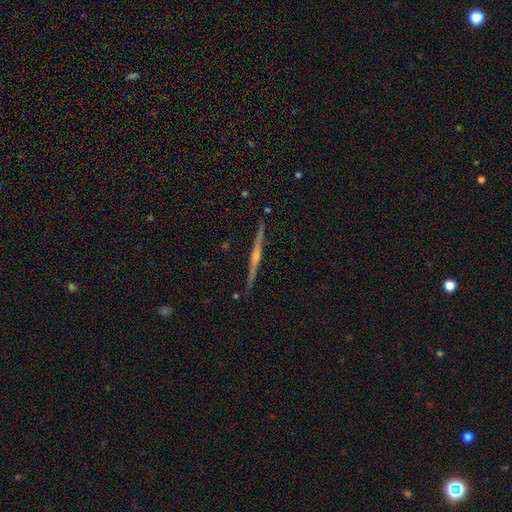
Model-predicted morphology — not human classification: This appears to be a featured or disk galaxy (82%) viewed edge-on (99%) with a rounded central bulge (75%). Merging: none (91%).